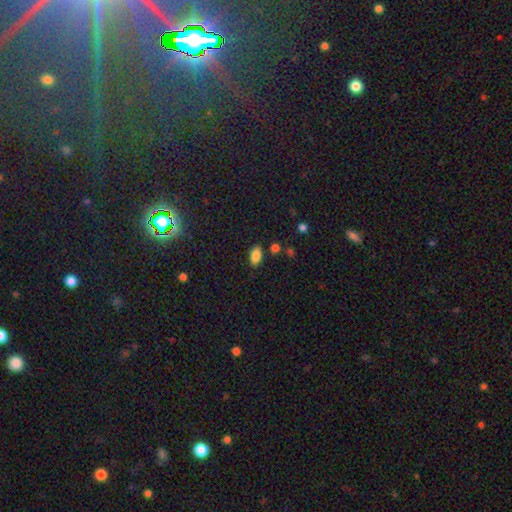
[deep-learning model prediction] Morphology: type=smooth (84%); roundness=in between (92%); merging=none (83%).